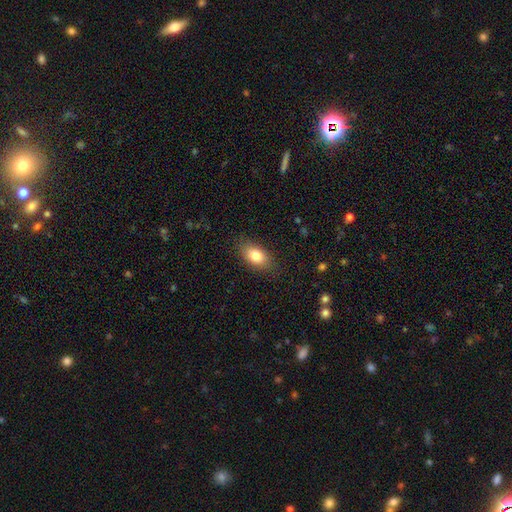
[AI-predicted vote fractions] Smooth or featured: smooth — 80% (featured or disk — 12%)
How rounded: in between — 87% (round — 9%)
Merging: none — 84% (minor disturbance — 12%)